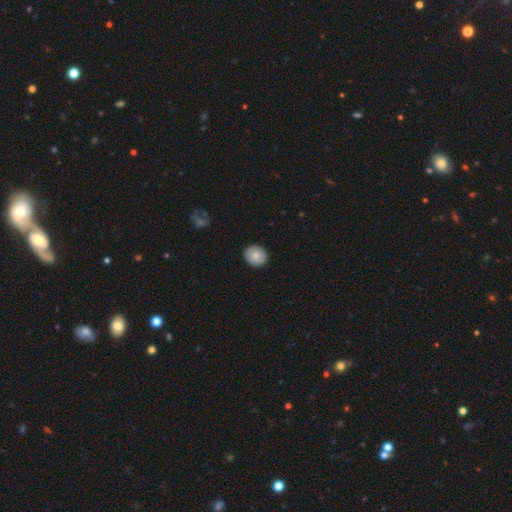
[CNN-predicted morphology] smooth_or_featured: smooth (p=0.81) [alt: featured or disk p=0.12]
how_rounded: round (p=0.70) [alt: in between p=0.30]
merging: none (p=0.91) [alt: minor disturbance p=0.07]